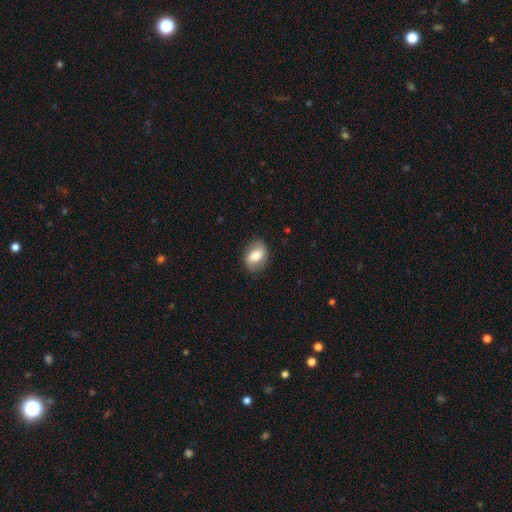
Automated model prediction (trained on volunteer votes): smooth 58%, featured or disk 35%, star or artifact 7%. Down the decision tree: how rounded — in between (74%); merging — none (81%).